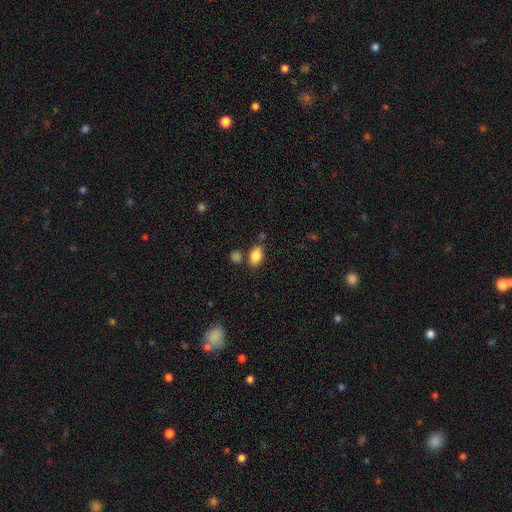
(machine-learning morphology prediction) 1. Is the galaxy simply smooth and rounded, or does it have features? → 86% smooth, 8% star or artifact, 6% featured or disk.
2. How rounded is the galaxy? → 86% in between, 12% round, 2% cigar-shaped.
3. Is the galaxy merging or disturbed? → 73% none, 13% minor disturbance, 10% merger, 4% major disturbance.